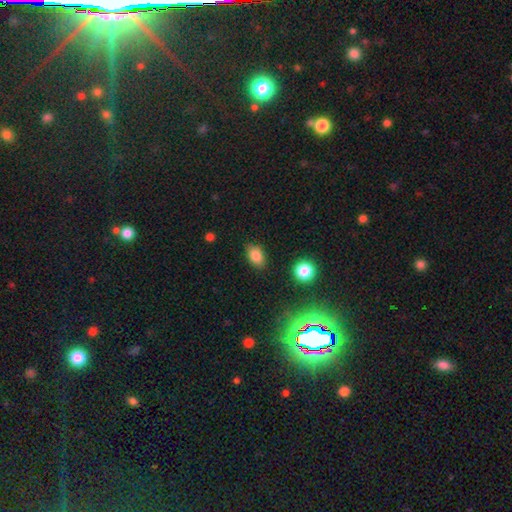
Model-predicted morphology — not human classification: smooth 82%, star or artifact 11%, featured or disk 6%. Down the decision tree: how rounded — in between (83%); merging — none (84%).